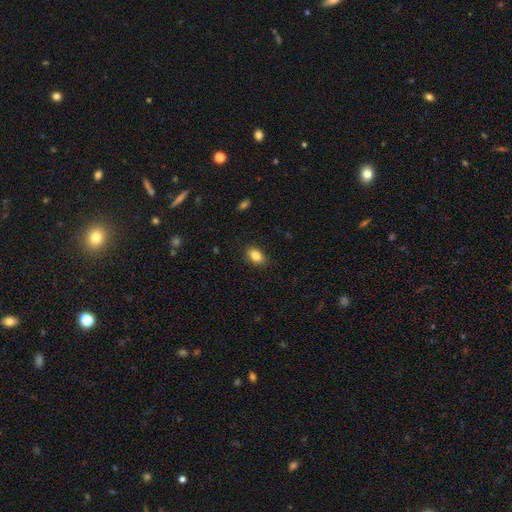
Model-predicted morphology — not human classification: smooth-or-featured: smooth: 85% | star or artifact: 8% | featured or disk: 7%
  how-rounded: in between: 86% | round: 13% | cigar-shaped: 2%
  merging: none: 88% | minor disturbance: 9% | major disturbance: 2% | merger: 1%